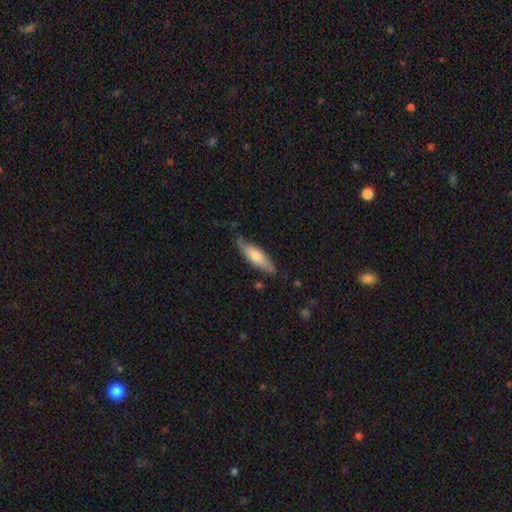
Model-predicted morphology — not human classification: The model was most divided on "how rounded": cigar-shaped: 55%, in between: 44%, round: 2%. More confident: merging — none (70%); smooth or featured — smooth (63%).